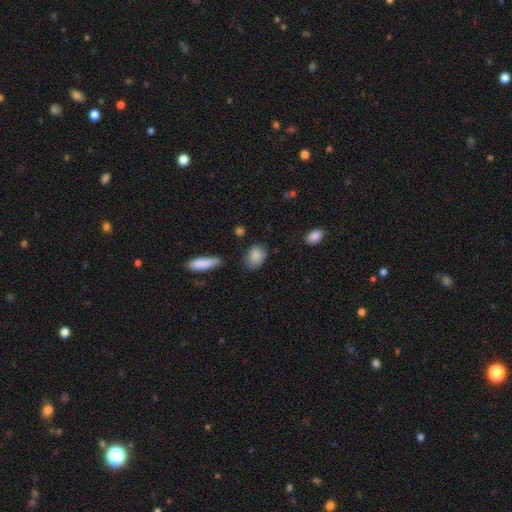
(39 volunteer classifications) Volunteers were most divided on "merging": none: 67%, minor disturbance: 25%, major disturbance: 6%, merger: 3%. More confident: smooth or featured — smooth (92%); how rounded — in between (83%).